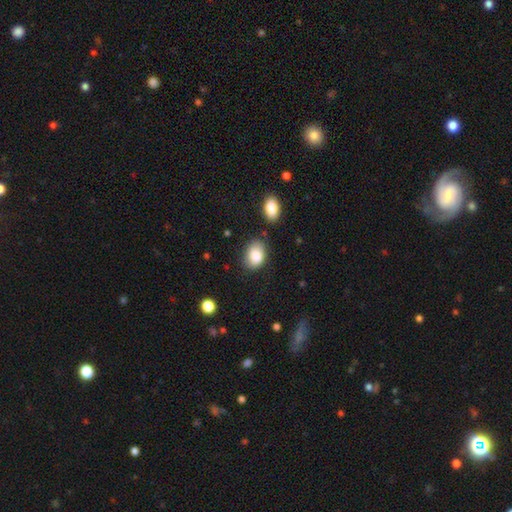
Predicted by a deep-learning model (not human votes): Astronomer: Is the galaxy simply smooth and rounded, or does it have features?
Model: smooth — 85%.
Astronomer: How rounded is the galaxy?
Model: in between — 79%.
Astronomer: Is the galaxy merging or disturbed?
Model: none — 70%.